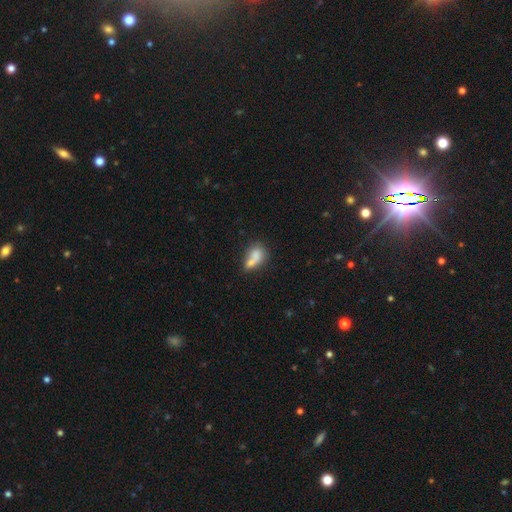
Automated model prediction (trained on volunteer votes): smooth_or_featured: smooth (p=0.72) [alt: featured or disk p=0.19]
how_rounded: in between (p=0.70) [alt: round p=0.24]
merging: merger (p=0.55) [alt: none p=0.25]